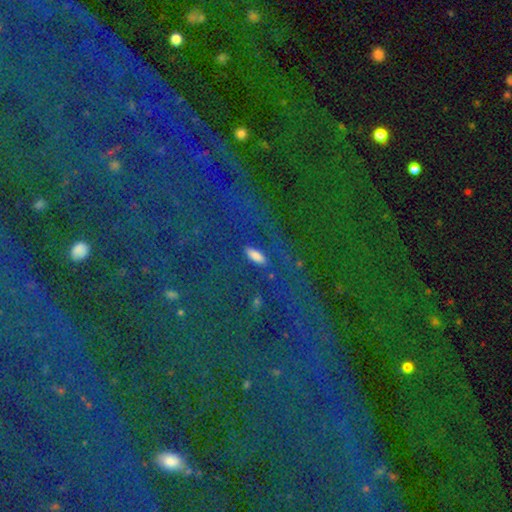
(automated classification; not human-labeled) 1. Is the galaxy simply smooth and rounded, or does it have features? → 62% smooth, 25% star or artifact, 13% featured or disk.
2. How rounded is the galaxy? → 68% in between, 23% cigar-shaped, 10% round.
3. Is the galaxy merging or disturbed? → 78% none, 12% minor disturbance, 6% major disturbance, 4% merger.